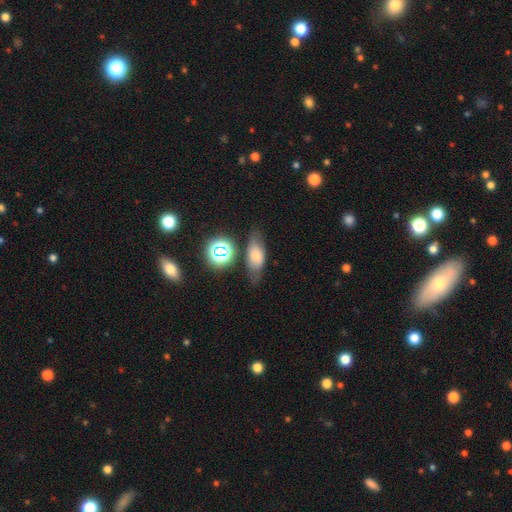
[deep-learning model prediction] smooth_or_featured: smooth (p=0.55) [alt: featured or disk p=0.29]
how_rounded: in between (p=0.71) [alt: cigar-shaped p=0.17]
merging: none (p=0.68) [alt: minor disturbance p=0.20]